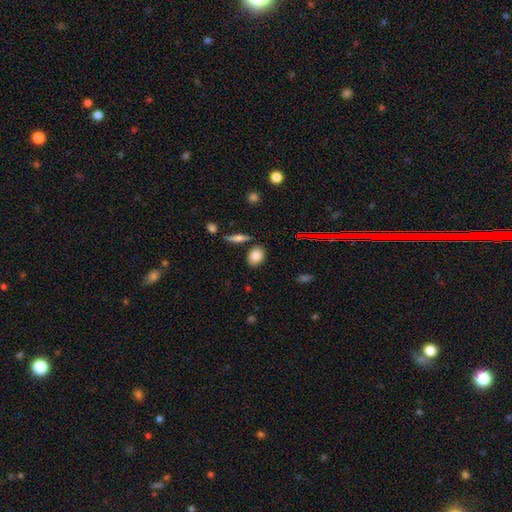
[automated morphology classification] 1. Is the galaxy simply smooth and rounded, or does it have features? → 83% smooth, 9% star or artifact, 8% featured or disk.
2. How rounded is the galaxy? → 65% in between, 32% round, 2% cigar-shaped.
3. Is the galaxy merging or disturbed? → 80% none, 11% minor disturbance, 6% merger, 3% major disturbance.